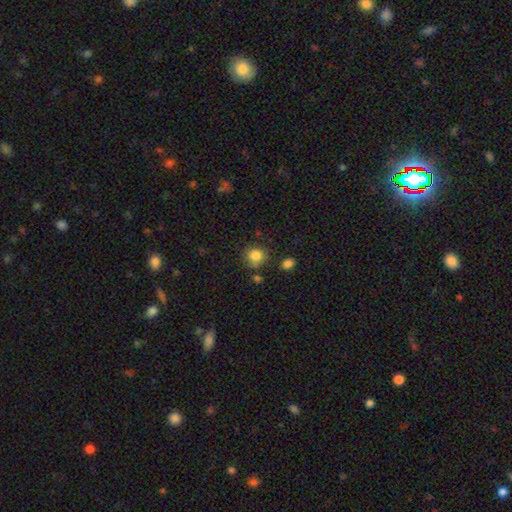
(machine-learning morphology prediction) This is clearly a smooth galaxy (84%). How rounded: clearly round (86%). Merging: likely none (76%).